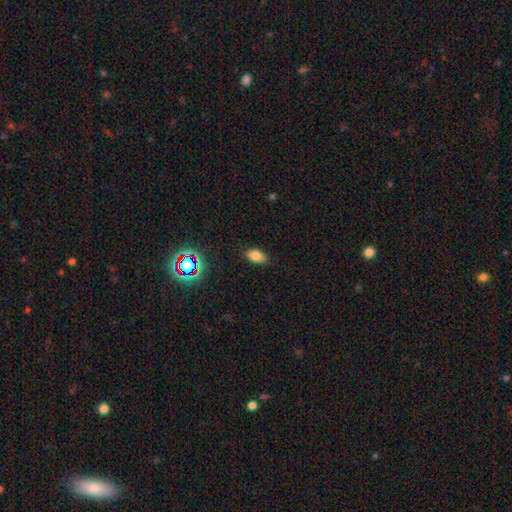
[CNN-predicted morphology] Q: Smooth or featured?
A: smooth (79%); runner-up: star or artifact (13%)
Q: How rounded?
A: in between (89%); runner-up: round (7%)
Q: Merging?
A: none (85%); runner-up: minor disturbance (11%)